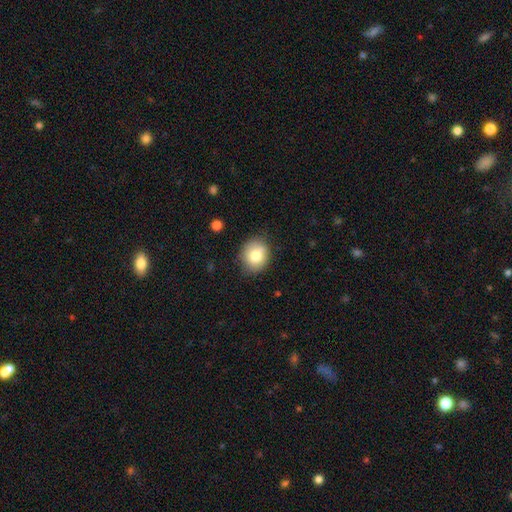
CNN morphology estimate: Smooth or featured: smooth — 77% (featured or disk — 13%)
How rounded: round — 71% (in between — 28%)
Merging: none — 79% (minor disturbance — 15%)